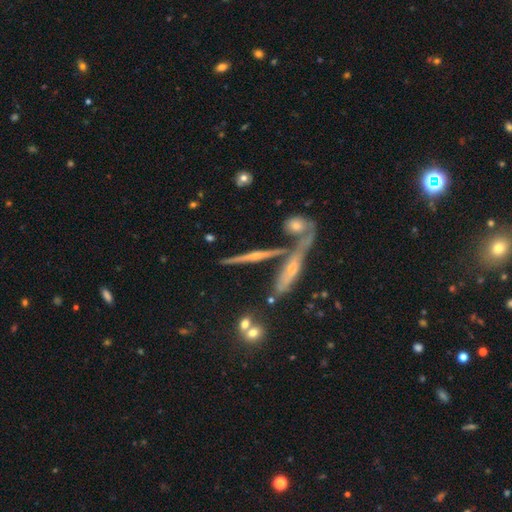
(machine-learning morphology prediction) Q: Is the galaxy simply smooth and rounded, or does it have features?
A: featured or disk — 73%.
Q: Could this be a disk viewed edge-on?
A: yes — 93%.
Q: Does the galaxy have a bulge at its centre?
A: rounded — 75%.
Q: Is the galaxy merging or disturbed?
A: none — 62%.